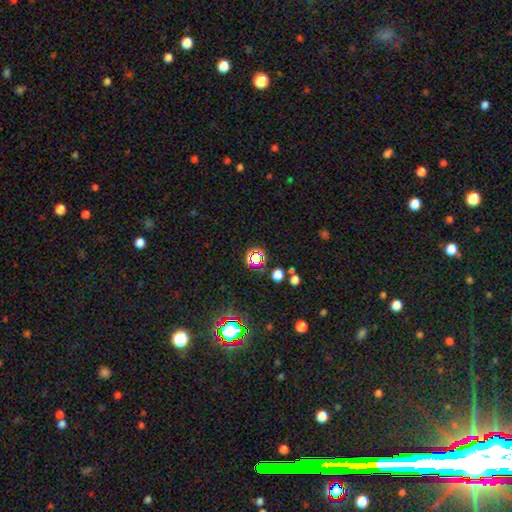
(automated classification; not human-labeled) A star or artifact, not a galaxy (69%).